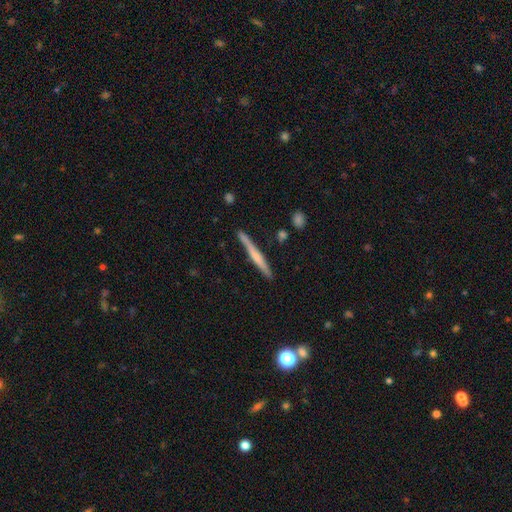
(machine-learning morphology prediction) The model was most divided on "edge-on bulge": rounded: 44%, none: 43%, boxy: 13%. More confident: edge-on disk — yes (97%); merging — none (87%); smooth or featured — featured or disk (54%).